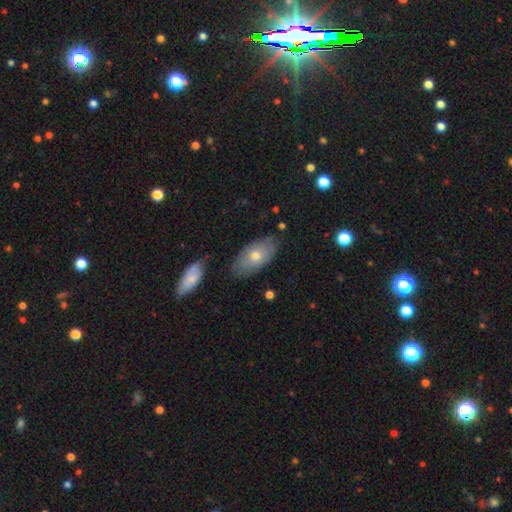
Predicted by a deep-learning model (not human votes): Smooth or featured? smooth (65%)
How rounded? in between (92%)
Merging? none (77%)